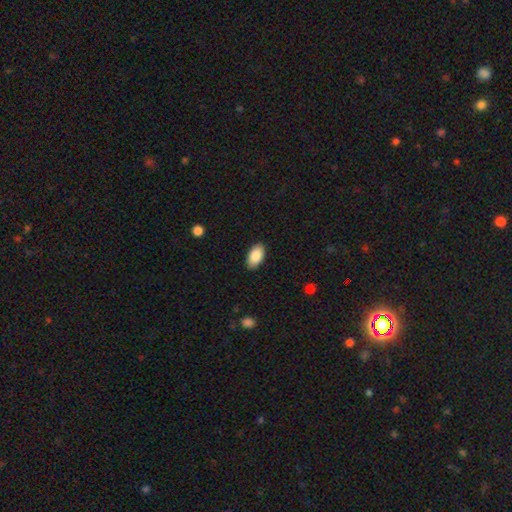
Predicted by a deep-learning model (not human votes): smooth-or-featured: smooth: 88% | star or artifact: 7% | featured or disk: 6%
  how-rounded: in between: 95% | round: 3% | cigar-shaped: 2%
  merging: none: 88% | minor disturbance: 9% | major disturbance: 2% | merger: 1%